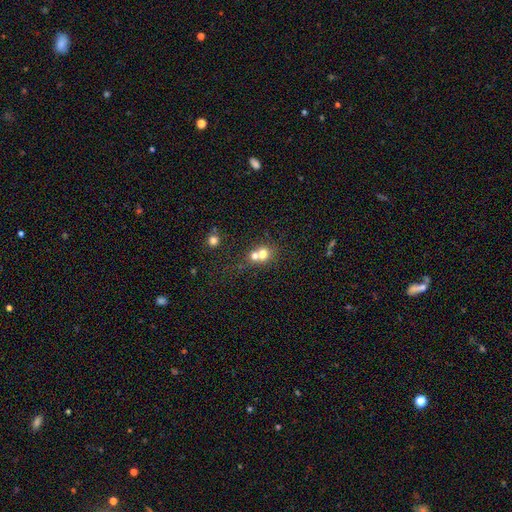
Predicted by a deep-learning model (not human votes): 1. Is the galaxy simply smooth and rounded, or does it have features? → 69% smooth, 16% star or artifact, 15% featured or disk.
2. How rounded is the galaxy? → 78% round, 21% in between, 1% cigar-shaped.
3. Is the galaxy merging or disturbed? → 55% merger, 35% none, 6% minor disturbance, 3% major disturbance.